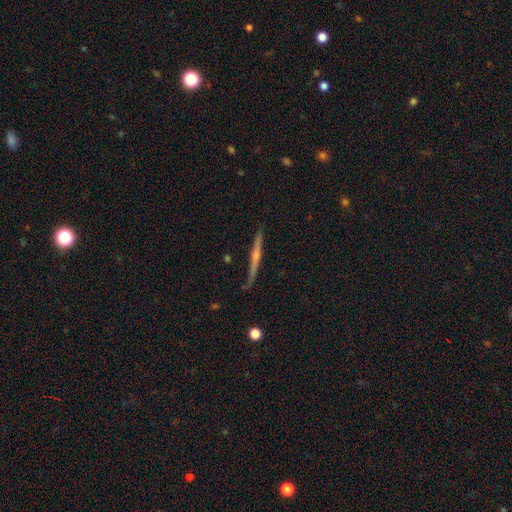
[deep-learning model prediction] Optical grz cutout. It shows a featured or disk galaxy (76%) viewed edge-on (98%) with a rounded central bulge (75%). Merging: none (85%).